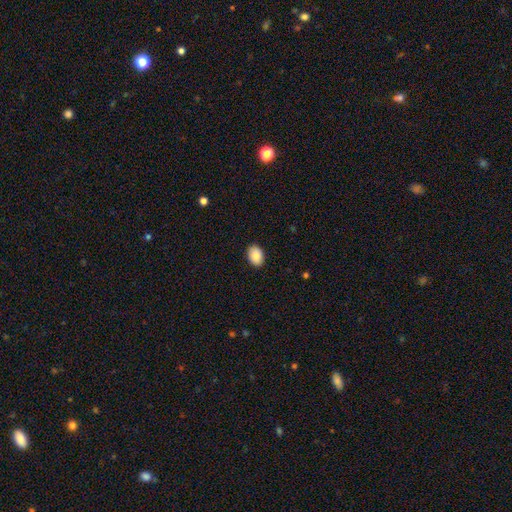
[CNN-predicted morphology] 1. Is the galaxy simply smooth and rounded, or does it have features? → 90% smooth, 7% star or artifact, 3% featured or disk.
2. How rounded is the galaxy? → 81% in between, 18% round, 1% cigar-shaped.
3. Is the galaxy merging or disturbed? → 89% none, 8% minor disturbance, 2% major disturbance, 1% merger.